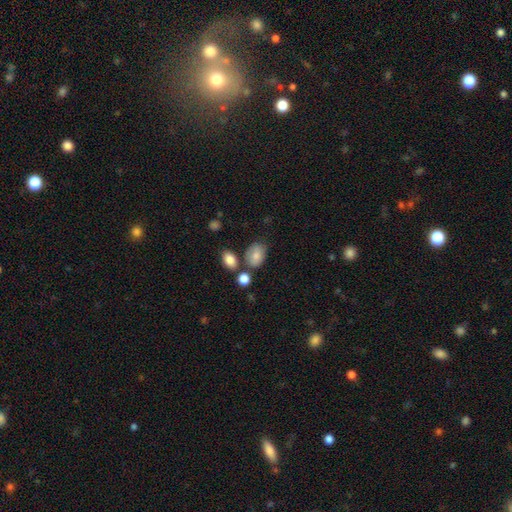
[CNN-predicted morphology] This appears to be a smooth galaxy with no disk features (81%) that is in between round and cigar-shaped (79%). Merging: none (64%).